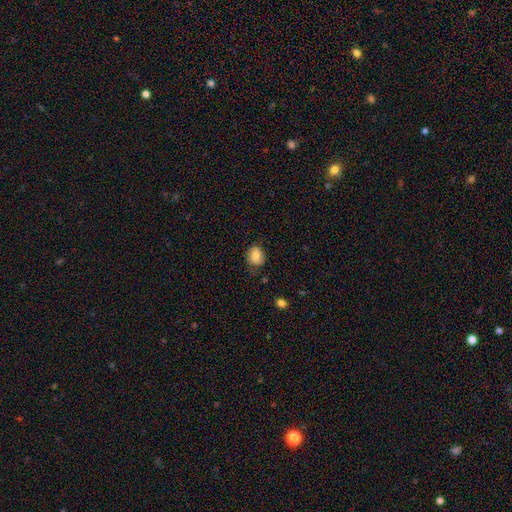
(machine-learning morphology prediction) smooth_or_featured: smooth (p=0.83) [alt: star or artifact p=0.09]
how_rounded: round (p=0.57) [alt: in between p=0.42]
merging: none (p=0.75) [alt: minor disturbance p=0.19]